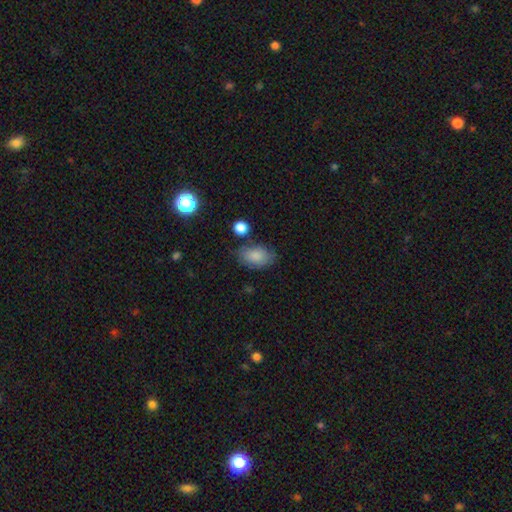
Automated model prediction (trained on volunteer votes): smooth 84%, featured or disk 8%, star or artifact 7%. Down the decision tree: how rounded — in between (90%); merging — none (70%).